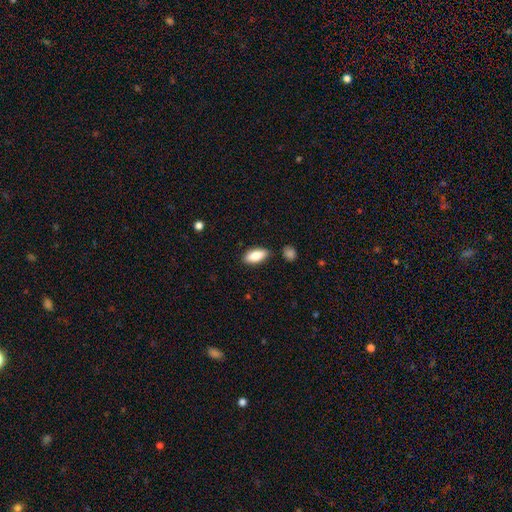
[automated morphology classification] Smooth or featured? smooth (86%)
How rounded? in between (88%)
Merging? none (85%)